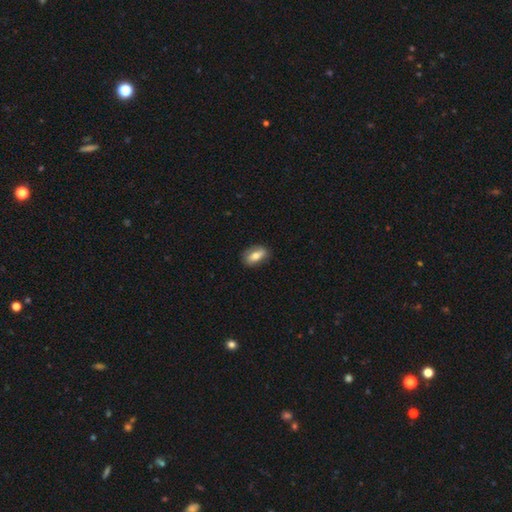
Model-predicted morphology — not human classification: Smooth or featured: smooth — 66% (featured or disk — 27%)
How rounded: in between — 84% (round — 8%)
Merging: none — 82% (minor disturbance — 14%)